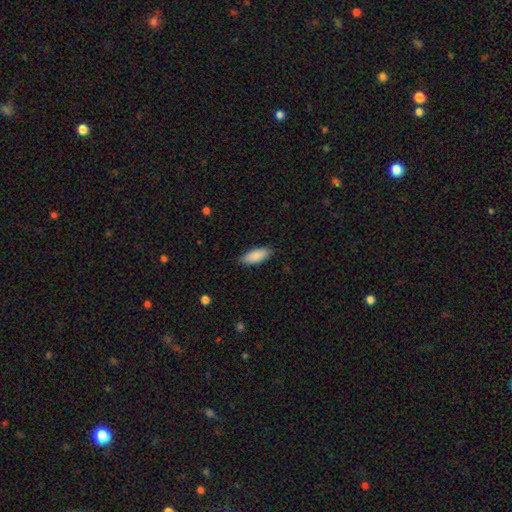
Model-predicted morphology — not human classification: smooth 89%, star or artifact 6%, featured or disk 5%. Down the decision tree: how rounded — in between (79%); merging — none (87%).